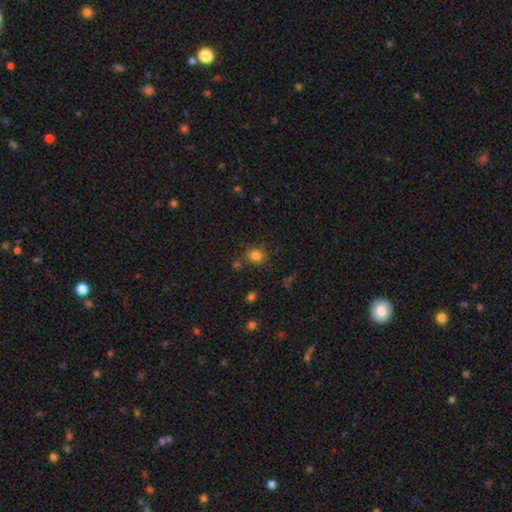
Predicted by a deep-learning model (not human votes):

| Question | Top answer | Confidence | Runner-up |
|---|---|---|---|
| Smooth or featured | smooth | 81% | star or artifact (13%) |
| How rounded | round | 77% | in between (23%) |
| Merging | none | 79% | minor disturbance (11%) |